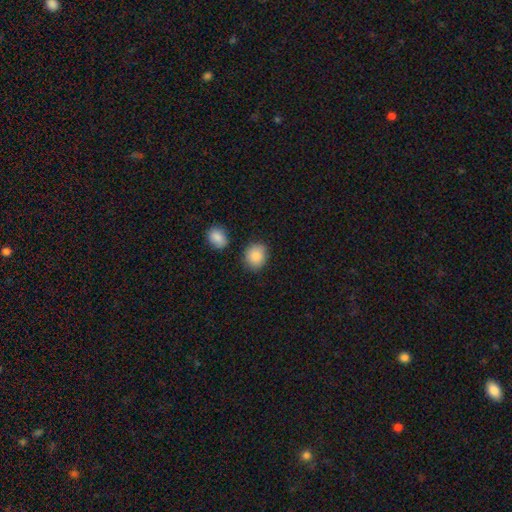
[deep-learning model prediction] Smooth or featured?
  - smooth: 88% *
  - star or artifact: 7%
  - featured or disk: 5%
How rounded?
  - round: 68% *
  - in between: 31%
  - cigar-shaped: 1%
Merging?
  - none: 82% *
  - minor disturbance: 11%
  - merger: 5%
  - major disturbance: 3%